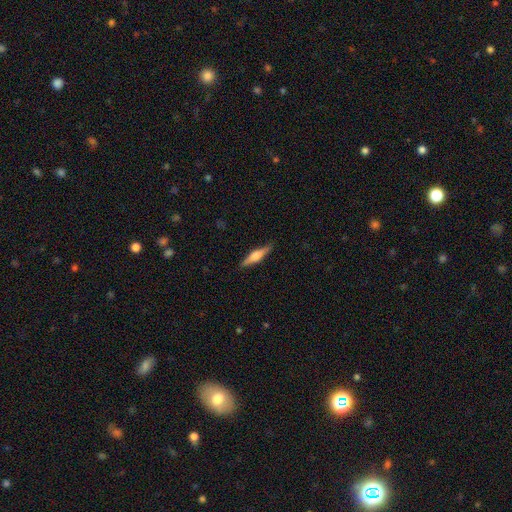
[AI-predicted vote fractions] A featured or disk galaxy (59%) viewed edge-on (97%) with a rounded central bulge (83%). Merging: none (89%).